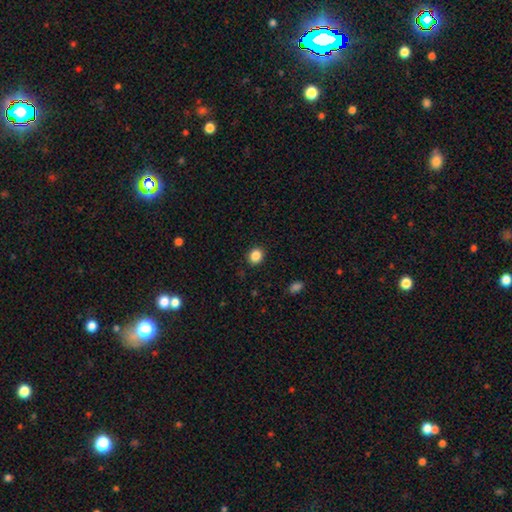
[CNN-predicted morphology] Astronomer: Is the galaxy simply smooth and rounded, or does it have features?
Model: smooth — 86%.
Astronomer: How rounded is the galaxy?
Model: round — 70%.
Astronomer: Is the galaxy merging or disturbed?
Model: none — 90%.